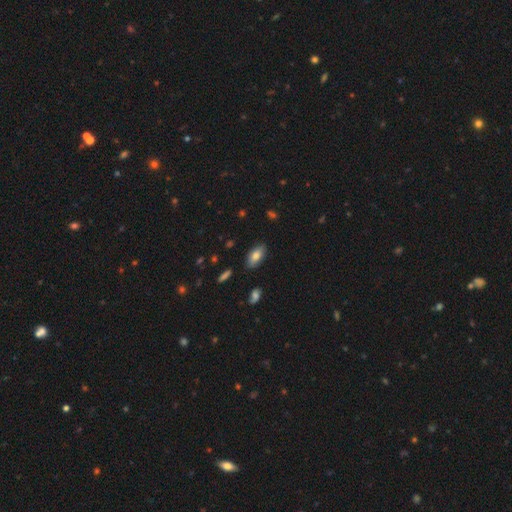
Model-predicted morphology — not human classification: smooth_or_featured: smooth (p=0.78) [alt: featured or disk p=0.14]
how_rounded: in between (p=0.89) [alt: cigar-shaped p=0.08]
merging: none (p=0.84) [alt: minor disturbance p=0.12]